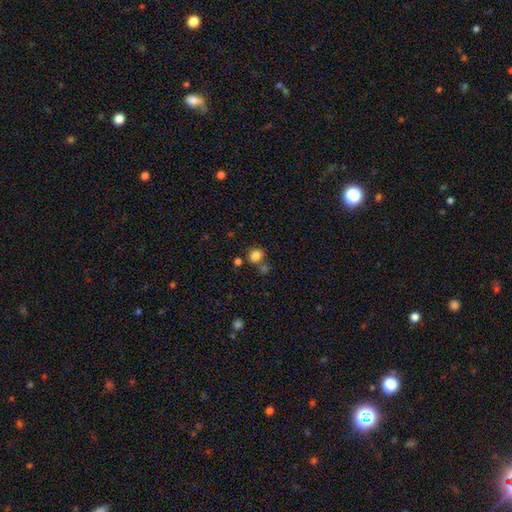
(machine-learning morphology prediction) Q: Smooth or featured?
A: smooth (83%); runner-up: star or artifact (12%)
Q: How rounded?
A: round (68%); runner-up: in between (31%)
Q: Merging?
A: none (64%); runner-up: merger (17%)